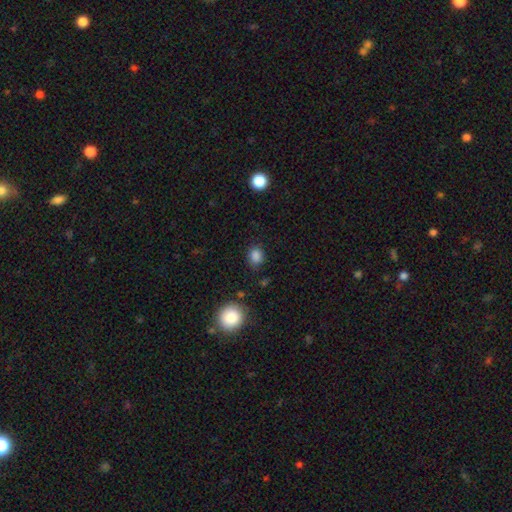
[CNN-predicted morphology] This is clearly a smooth galaxy (84%). How rounded: possibly round (59%). Merging: likely none (79%).